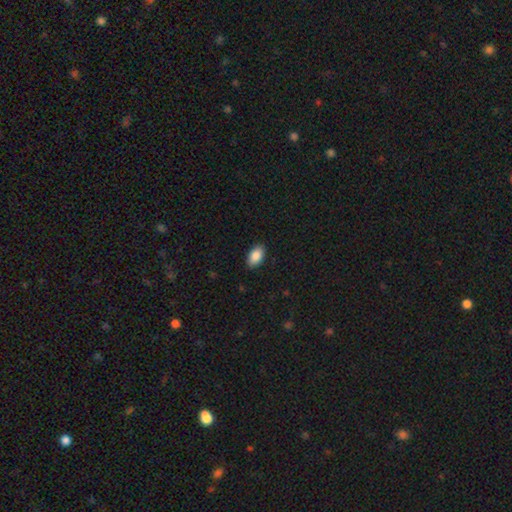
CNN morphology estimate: smooth_or_featured: smooth (p=0.88) [alt: star or artifact p=0.07]
how_rounded: in between (p=0.93) [alt: round p=0.05]
merging: none (p=0.88) [alt: minor disturbance p=0.09]